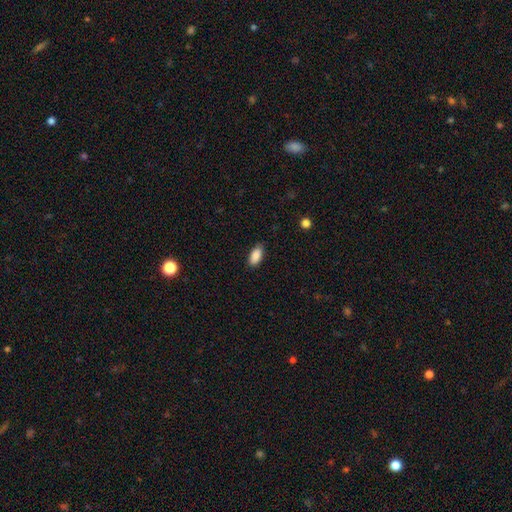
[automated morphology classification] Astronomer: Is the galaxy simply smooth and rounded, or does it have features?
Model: smooth — 89%.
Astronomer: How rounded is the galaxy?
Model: in between — 91%.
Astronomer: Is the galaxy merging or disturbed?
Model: none — 86%.